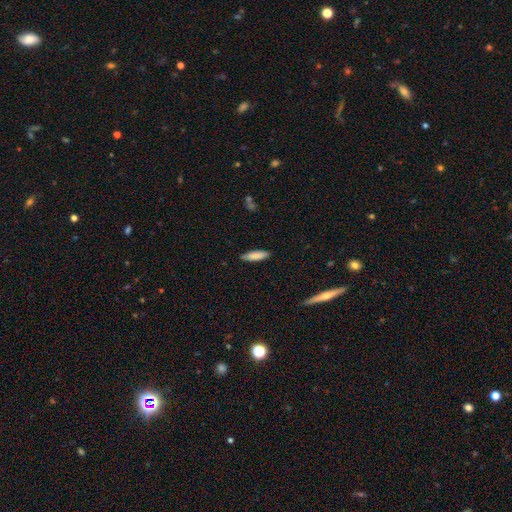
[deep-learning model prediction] The model was most divided on "how rounded": cigar-shaped: 66%, in between: 33%, round: 1%. More confident: merging — none (88%); smooth or featured — smooth (87%).